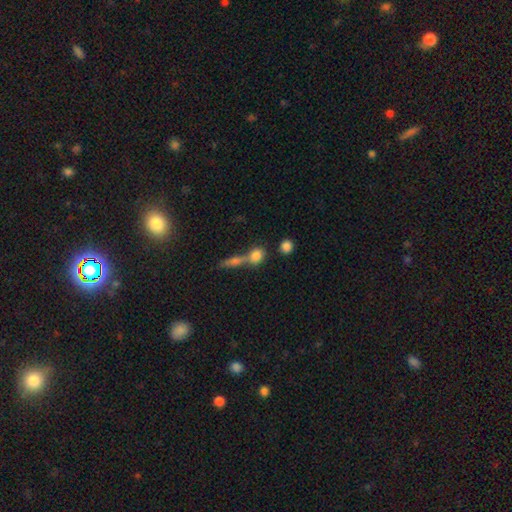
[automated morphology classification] A smooth galaxy with no disk features (76%) that is round (60%). Merging: merger (46%).